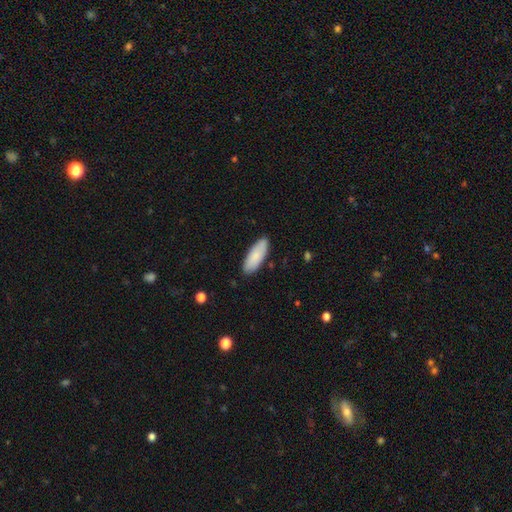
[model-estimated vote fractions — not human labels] A smooth galaxy with no disk features (83%) that is in between round and cigar-shaped (71%). Merging: none (86%).